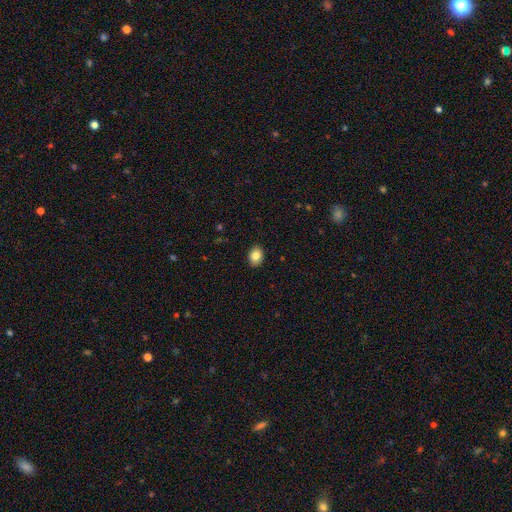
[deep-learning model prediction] The model was most divided on "how rounded": in between: 71%, round: 29%, cigar-shaped: 1%. More confident: merging — none (90%); smooth or featured — smooth (84%).